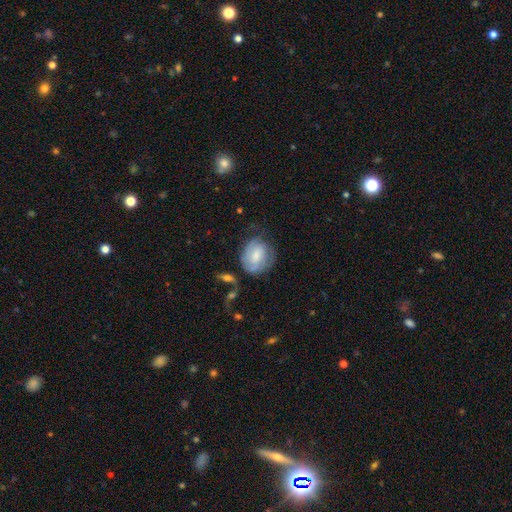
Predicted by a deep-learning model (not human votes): Smooth or featured? smooth (54%)
How rounded? round (51%)
Merging? none (51%)